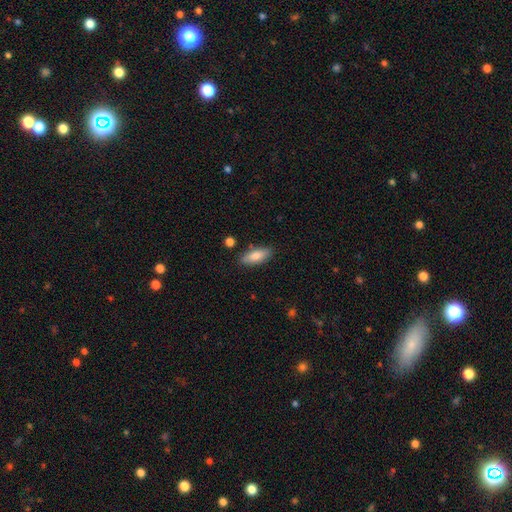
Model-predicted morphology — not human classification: Q: Smooth or featured?
A: smooth (80%); runner-up: featured or disk (14%)
Q: How rounded?
A: in between (72%); runner-up: cigar-shaped (26%)
Q: Merging?
A: none (84%); runner-up: minor disturbance (11%)